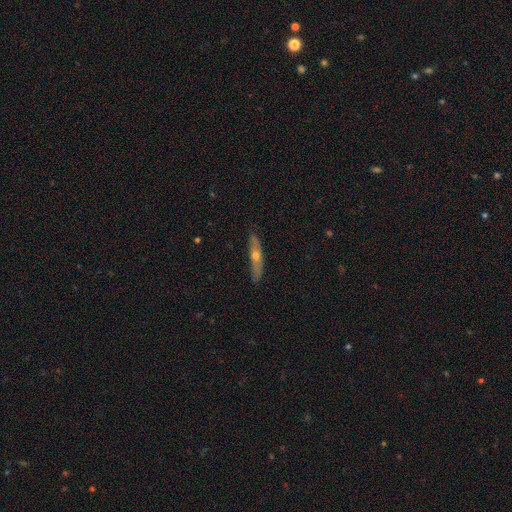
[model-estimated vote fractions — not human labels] Morphology: type=featured or disk (58%); edge-on=yes (85%); merging=none (86%).